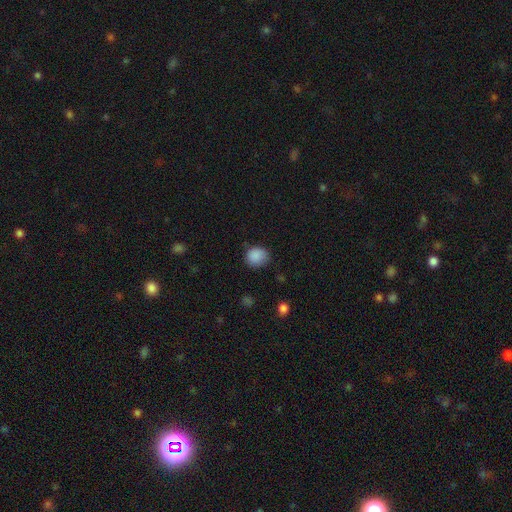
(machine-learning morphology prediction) smooth_or_featured: smooth (p=0.88) [alt: star or artifact p=0.09]
how_rounded: round (p=0.71) [alt: in between p=0.28]
merging: none (p=0.74) [alt: minor disturbance p=0.20]